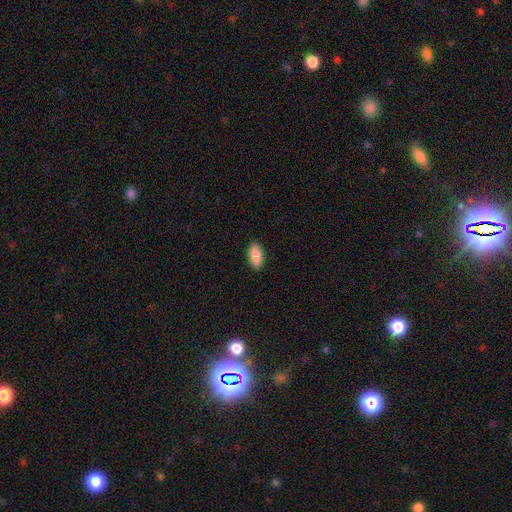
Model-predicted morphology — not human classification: This appears to be a smooth galaxy with no disk features (86%) that is in between round and cigar-shaped (87%). Merging: none (90%).